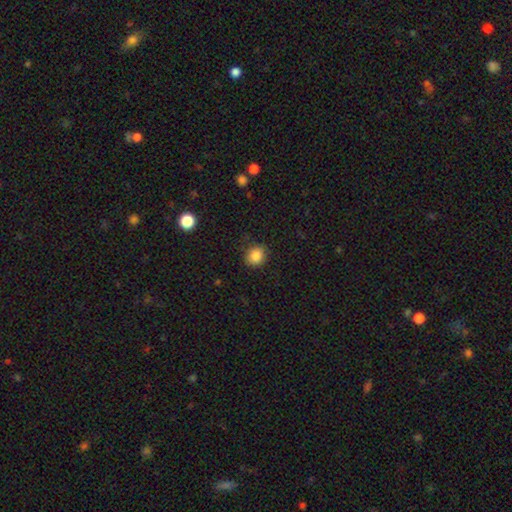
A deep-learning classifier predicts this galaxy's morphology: This is clearly a smooth galaxy (86%). How rounded: likely round (75%). Merging: clearly none (85%).